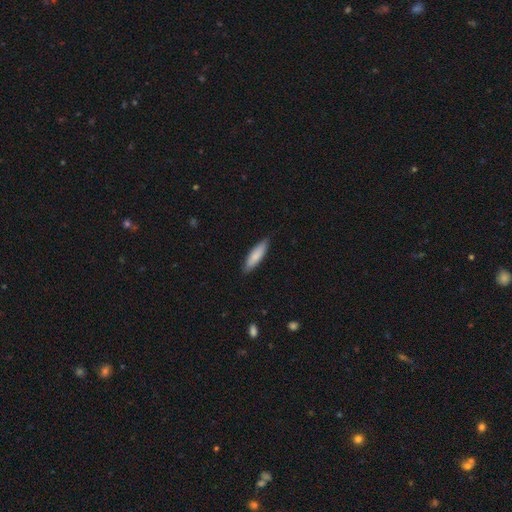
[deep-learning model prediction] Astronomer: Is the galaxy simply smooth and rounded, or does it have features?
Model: smooth — 82%.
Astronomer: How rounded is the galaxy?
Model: cigar-shaped — 63%.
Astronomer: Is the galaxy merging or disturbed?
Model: none — 86%.